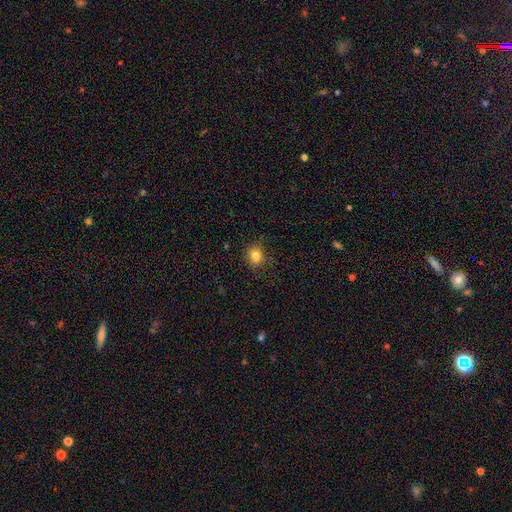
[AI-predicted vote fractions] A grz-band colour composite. It shows a smooth galaxy with no disk features (81%) that is round (71%). Merging: none (82%).